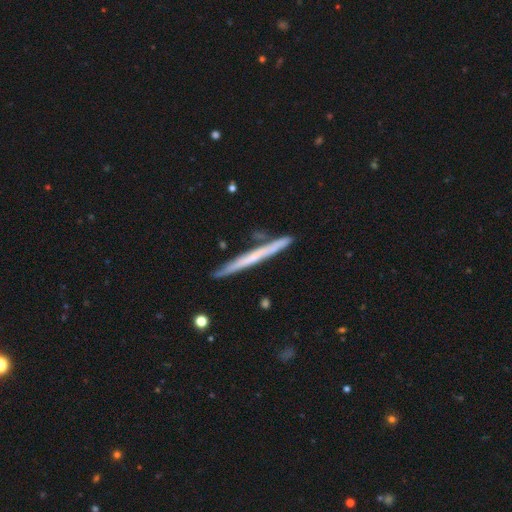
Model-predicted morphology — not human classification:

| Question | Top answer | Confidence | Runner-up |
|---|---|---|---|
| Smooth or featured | featured or disk | 52% | smooth (42%) |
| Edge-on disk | yes | 96% | no (4%) |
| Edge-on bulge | none | 83% | rounded (13%) |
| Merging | none | 86% | minor disturbance (10%) |